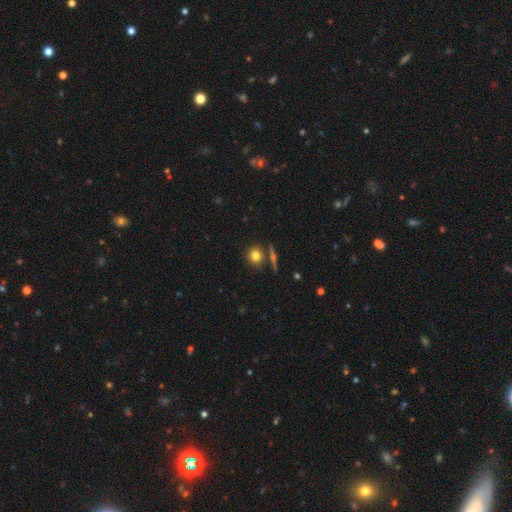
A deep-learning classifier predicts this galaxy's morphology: This is likely a smooth galaxy (78%). How rounded: clearly round (81%). Merging: likely none (76%).